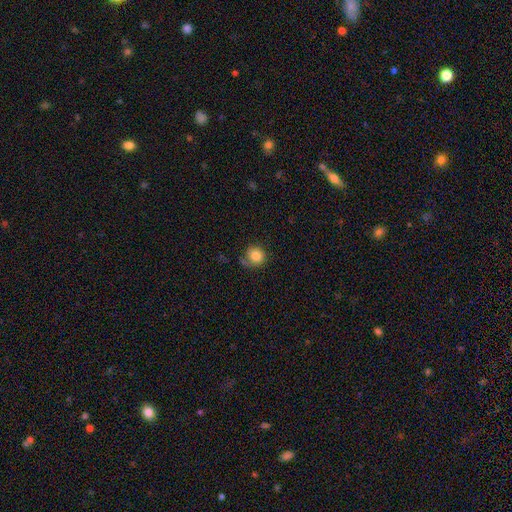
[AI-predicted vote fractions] smooth-or-featured: smooth: 81% | featured or disk: 10% | star or artifact: 9%
  how-rounded: round: 86% | in between: 13% | cigar-shaped: 1%
  merging: none: 60% | minor disturbance: 22% | major disturbance: 13% | merger: 4%